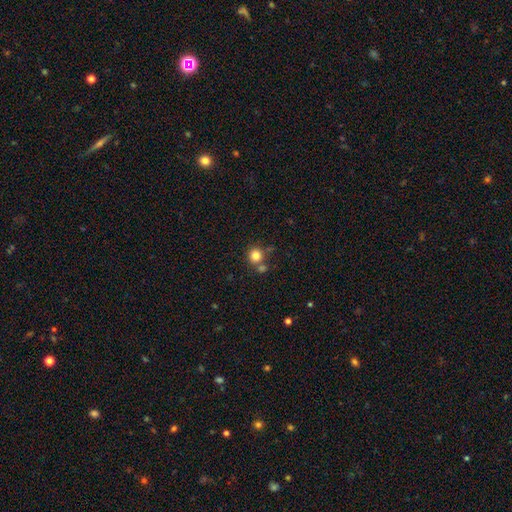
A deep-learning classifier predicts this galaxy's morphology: smooth_or_featured: smooth (p=0.82) [alt: star or artifact p=0.11]
how_rounded: round (p=0.91) [alt: in between p=0.08]
merging: none (p=0.66) [alt: merger p=0.21]